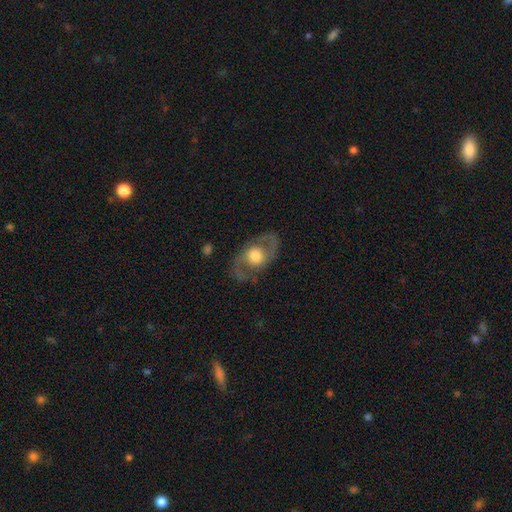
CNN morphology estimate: type=featured or disk (73%); edge-on=no (93%); bar=no (73%); spiral arms=yes (72%); bulge=large (46%); merging=none (79%).